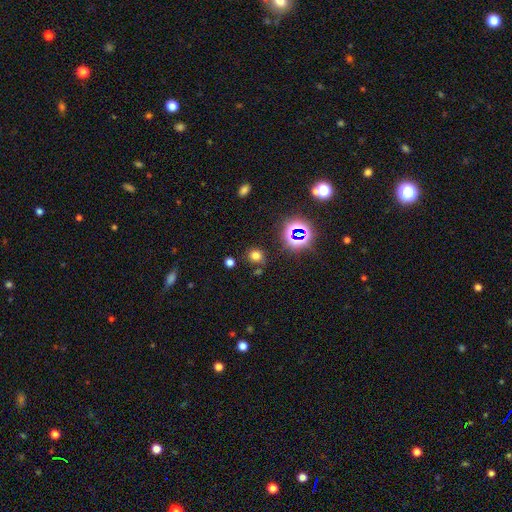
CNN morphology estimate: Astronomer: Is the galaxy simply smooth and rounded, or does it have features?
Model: smooth — 67%.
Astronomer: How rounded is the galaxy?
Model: round — 76%.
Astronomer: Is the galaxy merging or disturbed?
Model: none — 79%.